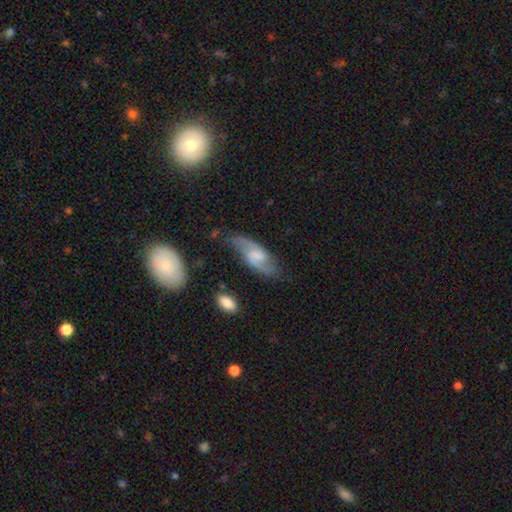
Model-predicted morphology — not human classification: Smooth or featured? Predicted: featured or disk (p=0.71). Edge-on disk? Predicted: no (p=0.91). Bar? Predicted: weak (p=0.51). Spiral arms? Predicted: yes (p=0.92). Spiral winding? Predicted: medium (p=0.44). Spiral arm count? Predicted: 2 (p=0.88). Bulge size? Predicted: small (p=0.37). Merging? Predicted: none (p=0.70).